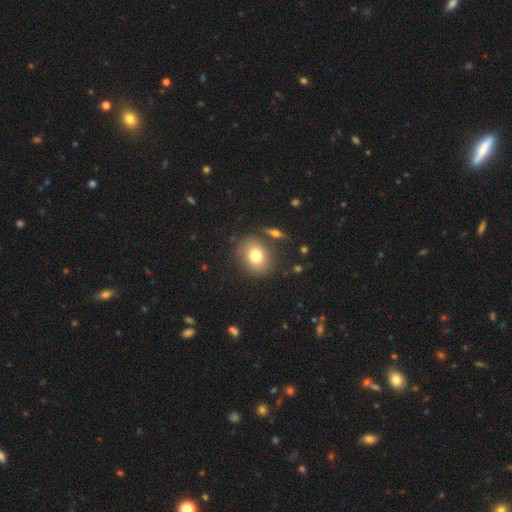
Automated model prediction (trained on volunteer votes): smooth_or_featured: smooth (p=0.75) [alt: featured or disk p=0.14]
how_rounded: round (p=0.65) [alt: in between p=0.34]
merging: none (p=0.81) [alt: minor disturbance p=0.10]